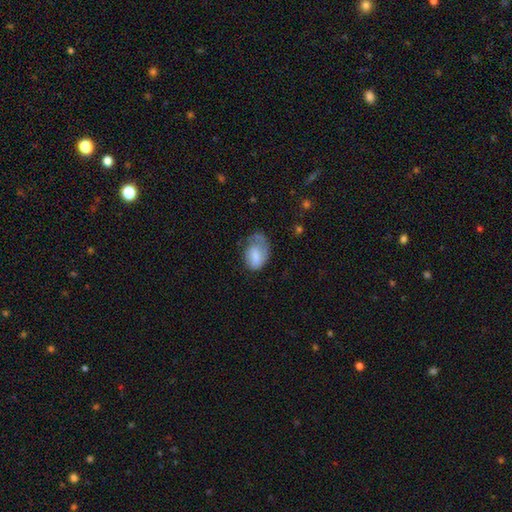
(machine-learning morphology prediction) type=smooth (67%); roundness=in between (83%); merging=minor disturbance (33%).